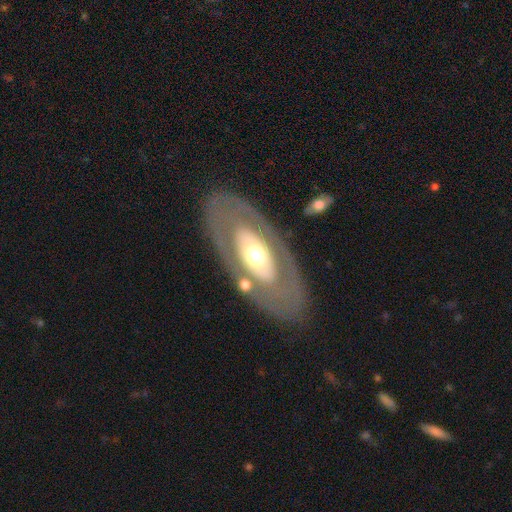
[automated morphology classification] Smooth or featured? featured or disk (63%)
Edge-on disk? no (87%)
Bar? no (86%)
Spiral arms? no (88%)
Bulge size? moderate (62%)
Merging? none (81%)